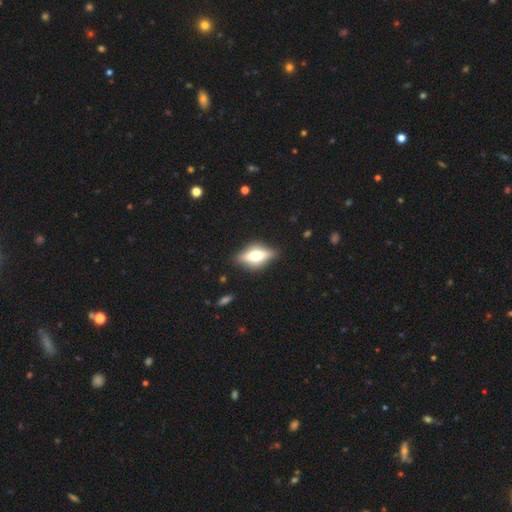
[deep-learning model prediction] smooth-or-featured: featured or disk: 53% | smooth: 39% | star or artifact: 8%
  disk-edge-on: yes: 85% | no: 15%
  merging: none: 82% | minor disturbance: 13% | major disturbance: 4% | merger: 1%